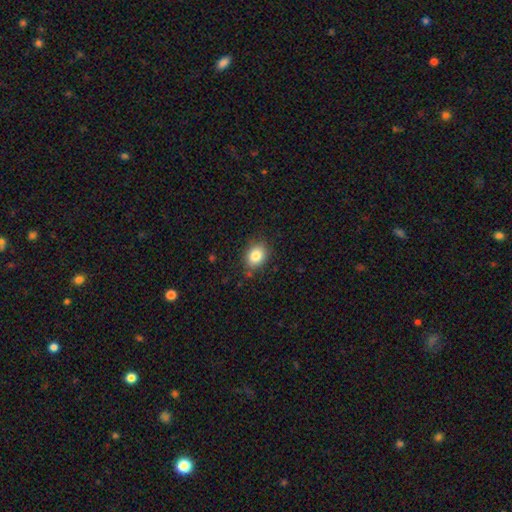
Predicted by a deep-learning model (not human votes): This appears to be a smooth galaxy with no disk features (84%) that is in between round and cigar-shaped (55%). Merging: none (82%).